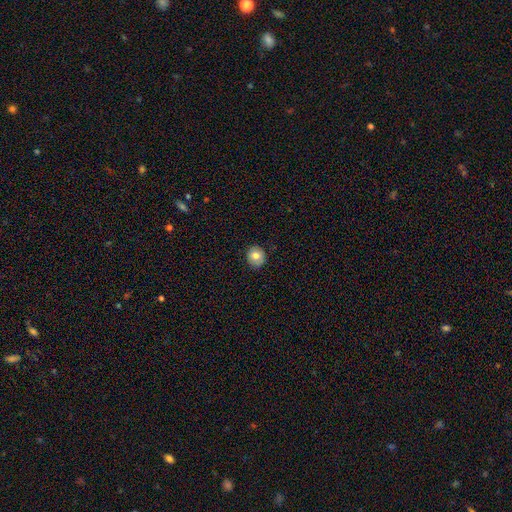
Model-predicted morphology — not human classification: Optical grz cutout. It shows a smooth galaxy with no disk features (79%) that is round (83%). Merging: none (88%).